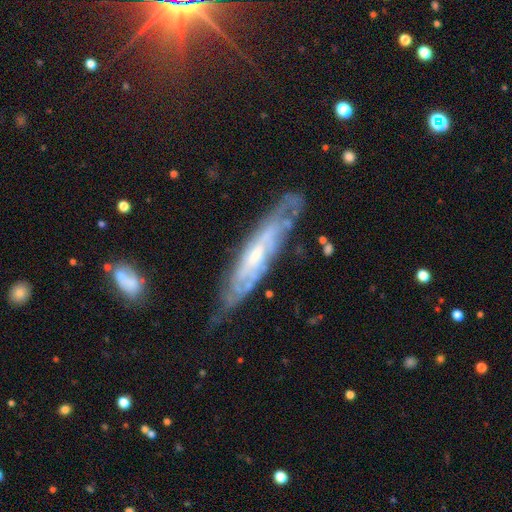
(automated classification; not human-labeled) smooth-or-featured: featured or disk: 78% | smooth: 15% | star or artifact: 7%
  disk-edge-on: no: 59% | yes: 41%
  merging: none: 68% | minor disturbance: 22% | major disturbance: 8% | merger: 3%